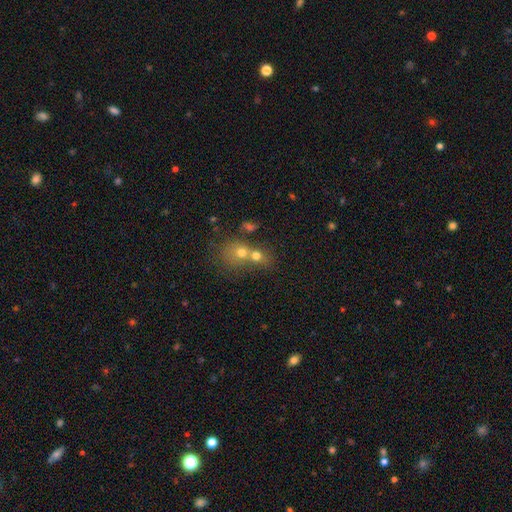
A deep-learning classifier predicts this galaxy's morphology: A smooth galaxy with no disk features (59%) that is round (71%). Merging: merger (60%).